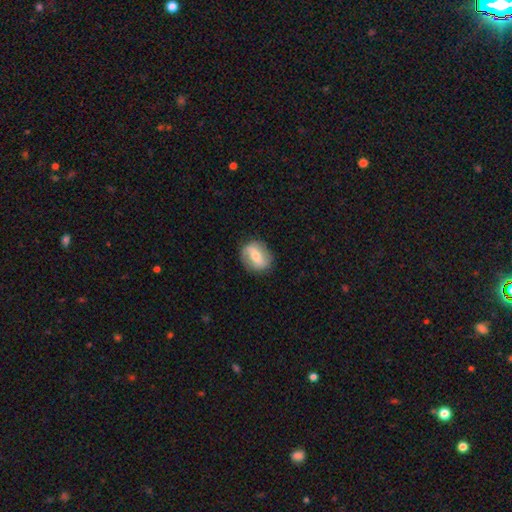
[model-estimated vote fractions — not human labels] A featured or disk galaxy (53%).

Vote fractions:
- Smooth or featured? featured or disk: 53% / smooth: 40% / star or artifact: 7%
- Edge-on disk? no: 91% / yes: 9%
- Merging? none: 84% / minor disturbance: 11% / major disturbance: 3% / merger: 1%